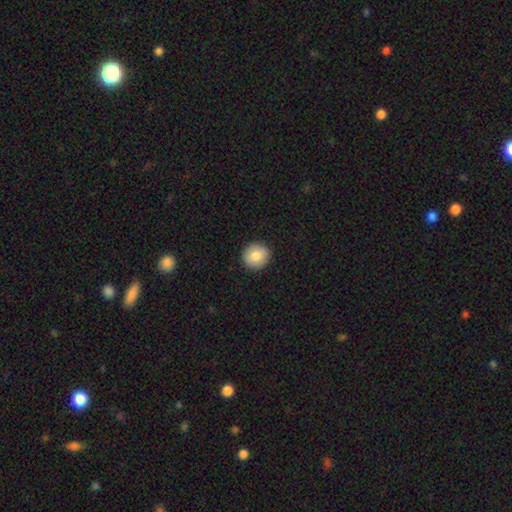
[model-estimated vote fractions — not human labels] Smooth or featured: smooth — 82% (featured or disk — 10%)
How rounded: round — 90% (in between — 9%)
Merging: none — 92% (minor disturbance — 6%)